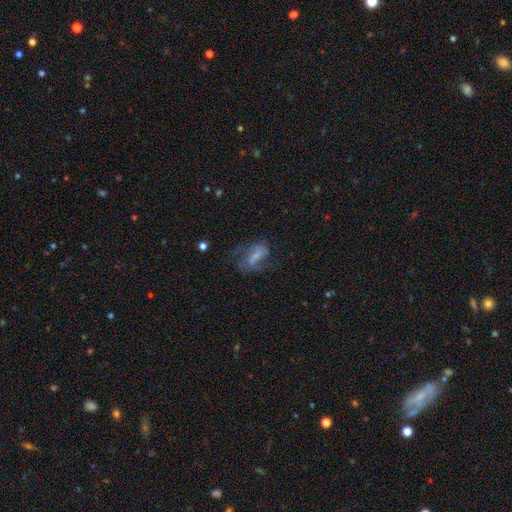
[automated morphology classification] smooth-or-featured: featured or disk: 52% | smooth: 37% | star or artifact: 11%
  disk-edge-on: no: 94% | yes: 6%
  merging: none: 39% | major disturbance: 35% | minor disturbance: 22% | merger: 4%